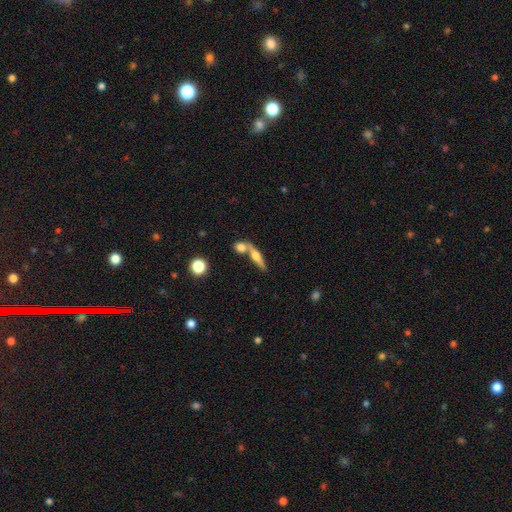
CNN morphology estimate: This appears to be a featured or disk galaxy (50%). Merging: none (45%).